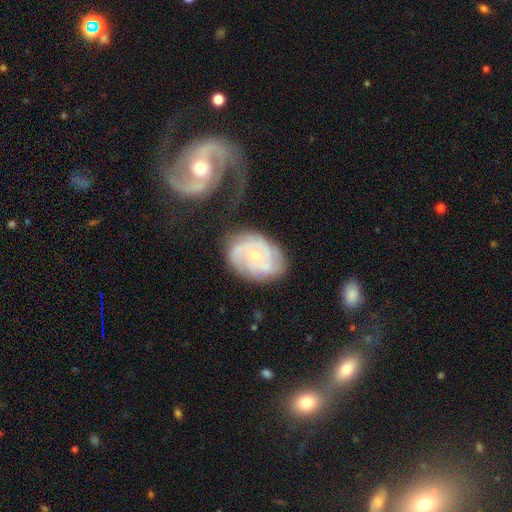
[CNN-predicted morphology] Overall: featured or disk (78%). Edge-on disk: no (97%). Bar: no (74%). Spiral arms: yes (93%). Spiral arm count: can't tell (31%; 3 27%). Spiral winding: tight (61%; medium 31%). Bulge size: small (67%; moderate 30%). Merging: none (62%).